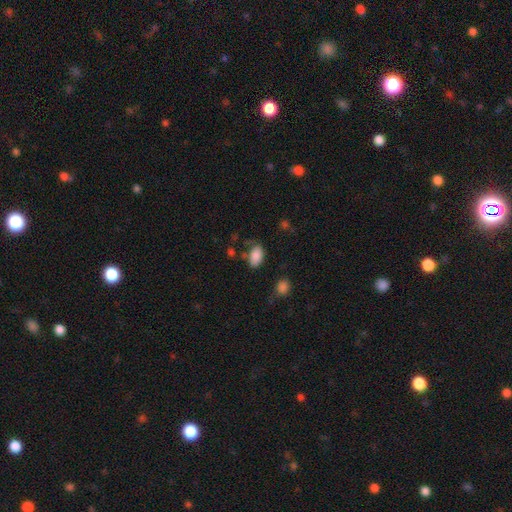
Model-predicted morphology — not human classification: The model was most divided on "merging": none: 58%, minor disturbance: 25%, major disturbance: 11%, merger: 7%. More confident: how rounded — in between (93%); smooth or featured — smooth (86%).